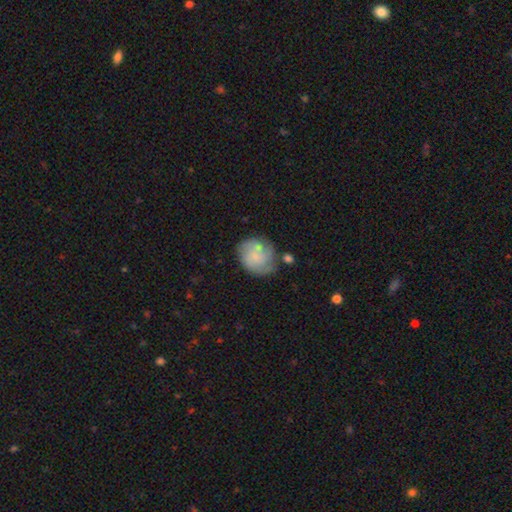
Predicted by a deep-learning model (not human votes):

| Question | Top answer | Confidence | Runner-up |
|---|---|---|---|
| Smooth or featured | featured or disk | 48% | smooth (45%) |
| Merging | none | 57% | minor disturbance (23%) |